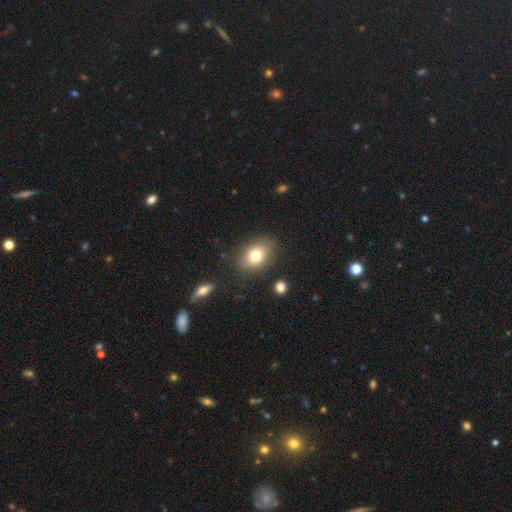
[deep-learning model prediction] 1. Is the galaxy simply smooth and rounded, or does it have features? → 77% smooth, 13% featured or disk, 10% star or artifact.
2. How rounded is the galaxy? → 73% in between, 25% round, 1% cigar-shaped.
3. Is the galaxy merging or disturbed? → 82% none, 12% minor disturbance, 4% major disturbance, 2% merger.